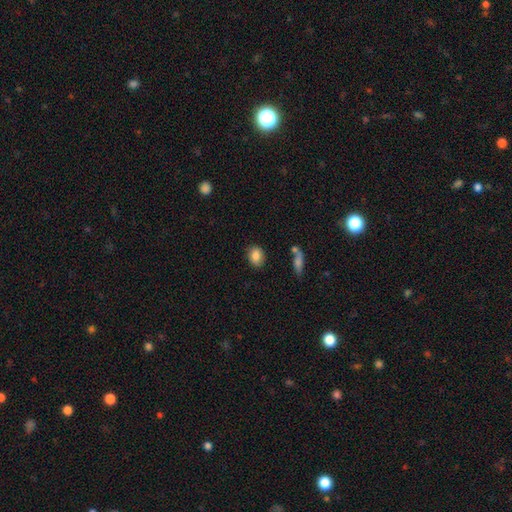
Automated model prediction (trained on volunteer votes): Smooth or featured: smooth — 85% (star or artifact — 8%)
How rounded: in between — 63% (round — 35%)
Merging: none — 83% (minor disturbance — 11%)